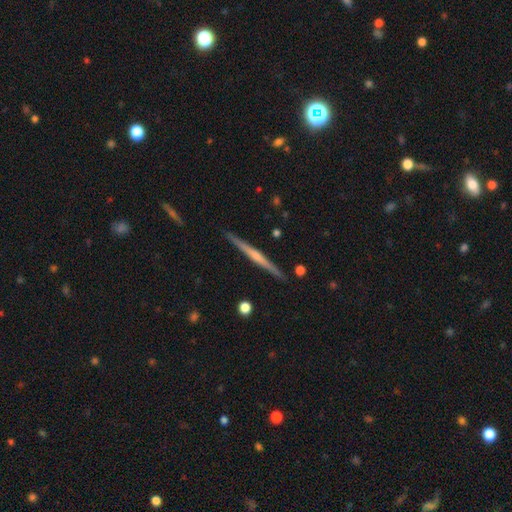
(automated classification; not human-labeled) Morphology: type=featured or disk (72%); edge-on=yes (98%); edge-on bulge=rounded (58%); merging=none (91%).